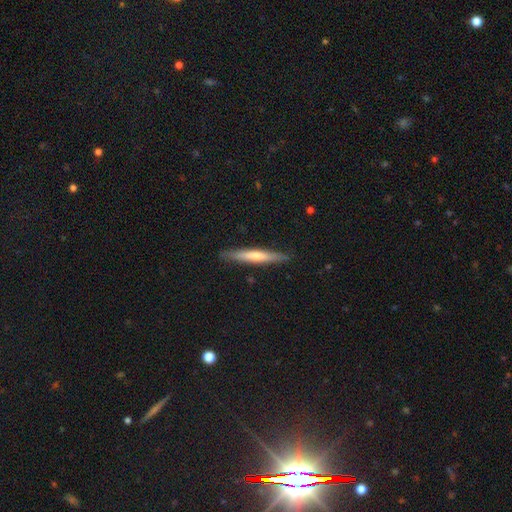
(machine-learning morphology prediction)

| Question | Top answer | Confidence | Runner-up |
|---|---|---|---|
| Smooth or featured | featured or disk | 48% | smooth (46%) |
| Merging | none | 90% | minor disturbance (8%) |